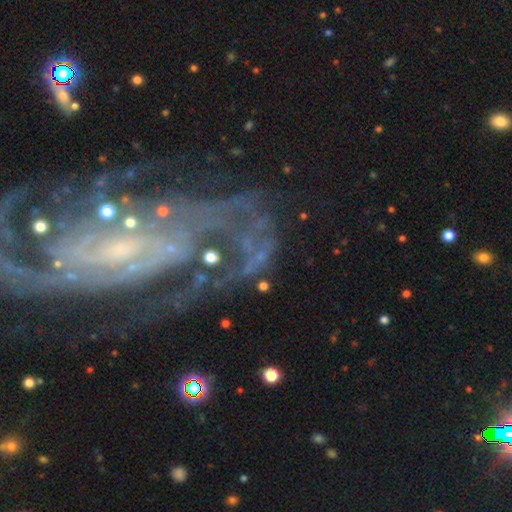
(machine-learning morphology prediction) Smooth or featured?
  - featured or disk: 81% *
  - star or artifact: 11%
  - smooth: 8%
Edge-on disk?
  - no: 95% *
  - yes: 5%
Bar?
  - no: 46% *
  - weak: 33%
  - strong: 21%
Spiral arms?
  - yes: 88% *
  - no: 12%
Spiral winding?
  - tight: 39% * (tied)
  - medium: 39% * (tied)
  - loose: 22%
Spiral arm count?
  - 2: 40% *
  - can't tell: 22%
  - 3: 11%
  - 1: 11%
  - 4: 8%
  - more than 4: 8%
Bulge size?
  - small: 52% *
  - moderate: 23%
  - none: 19%
  - large: 4%
  - dominant: 2%
Merging?
  - none: 47% *
  - major disturbance: 29%
  - minor disturbance: 17%
  - merger: 7%